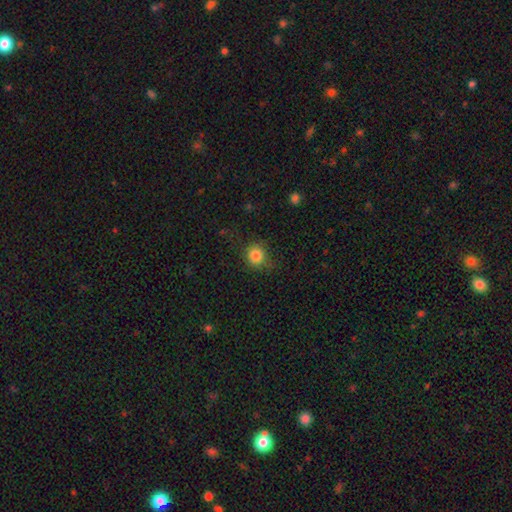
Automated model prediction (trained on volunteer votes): Smooth or featured?
  - smooth: 84% *
  - star or artifact: 11%
  - featured or disk: 5%
How rounded?
  - round: 86% *
  - in between: 14%
  - cigar-shaped: 1%
Merging?
  - none: 77% *
  - minor disturbance: 16%
  - major disturbance: 6%
  - merger: 1%